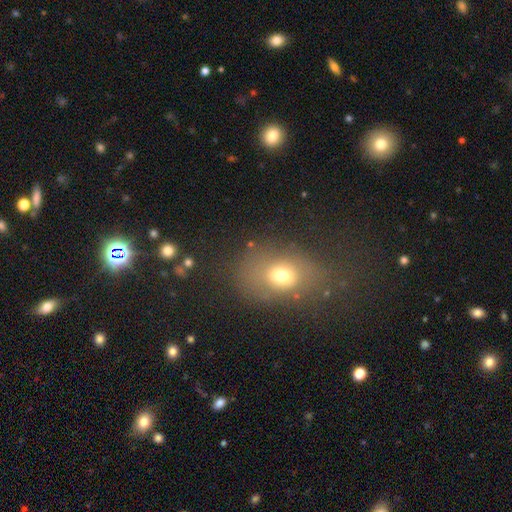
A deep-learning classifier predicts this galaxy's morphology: The model was most divided on "how rounded": in between: 65%, round: 33%, cigar-shaped: 2%. More confident: smooth or featured — smooth (63%); merging — none (60%).